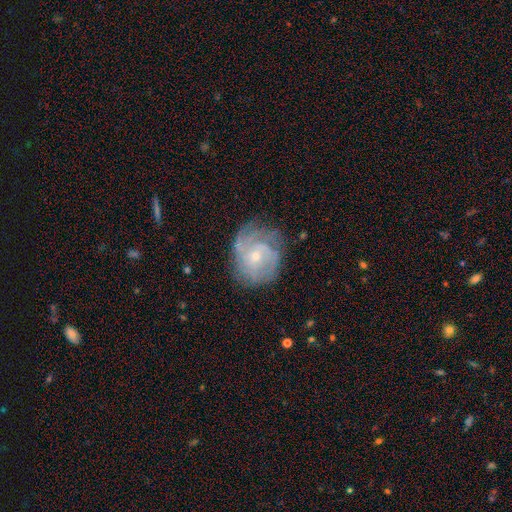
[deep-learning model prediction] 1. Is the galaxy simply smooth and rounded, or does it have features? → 78% featured or disk, 15% smooth, 7% star or artifact.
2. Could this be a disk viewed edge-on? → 97% no, 3% yes.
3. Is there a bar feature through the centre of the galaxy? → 68% no, 28% weak, 4% strong.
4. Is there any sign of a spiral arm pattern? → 90% yes, 10% no.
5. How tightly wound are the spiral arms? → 57% tight, 32% medium, 11% loose.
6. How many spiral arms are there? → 41% can't tell, 21% 2, 17% 3, 10% 4, 6% 1, 5% more than 4.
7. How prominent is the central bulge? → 69% small, 28% moderate, 1% none, 1% large, 1% dominant.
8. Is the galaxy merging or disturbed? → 64% none, 23% minor disturbance, 11% major disturbance, 2% merger.